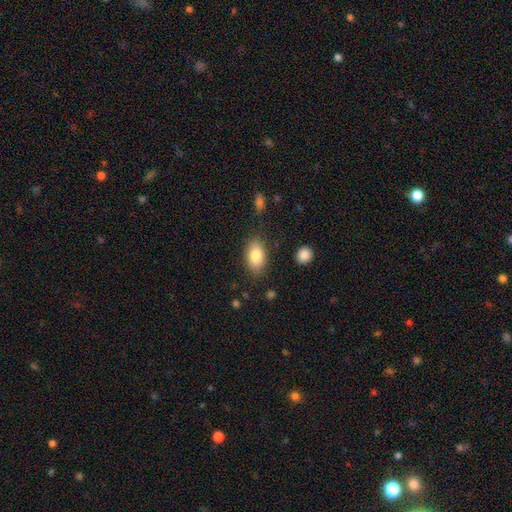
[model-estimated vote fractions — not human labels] A smooth galaxy with no disk features (83%) that is in between round and cigar-shaped (91%). Merging: none (83%).